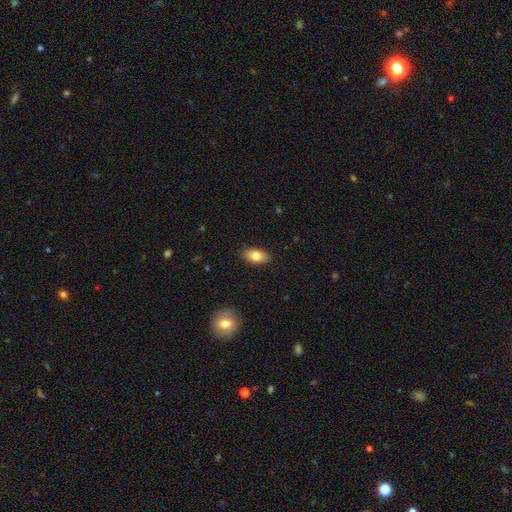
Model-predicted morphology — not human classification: Q: Smooth or featured?
A: smooth (80%); runner-up: featured or disk (13%)
Q: How rounded?
A: in between (91%); runner-up: round (6%)
Q: Merging?
A: none (88%); runner-up: minor disturbance (10%)